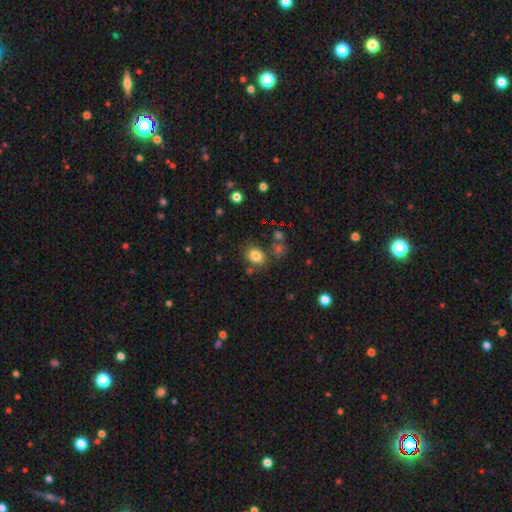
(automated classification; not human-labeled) This appears to be a smooth galaxy with no disk features (81%) that is in between round and cigar-shaped (56%). Merging: none (74%).